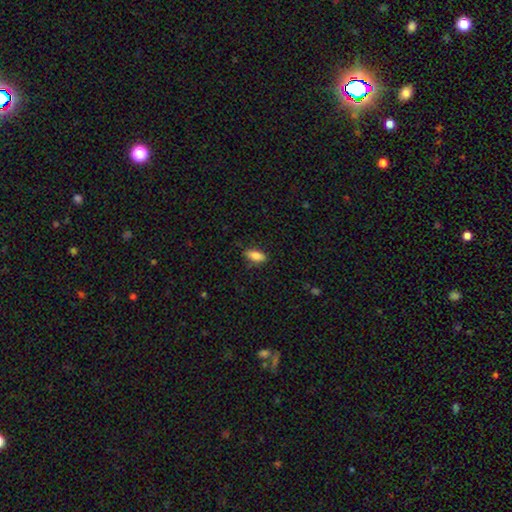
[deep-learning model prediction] Q: Smooth or featured?
A: smooth (82%); runner-up: featured or disk (11%)
Q: How rounded?
A: in between (82%); runner-up: cigar-shaped (15%)
Q: Merging?
A: none (81%); runner-up: minor disturbance (15%)